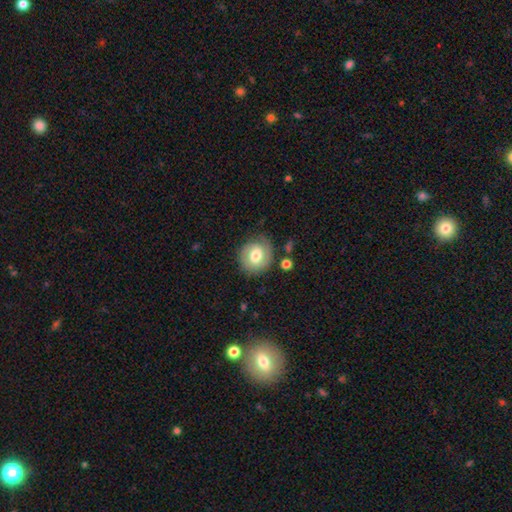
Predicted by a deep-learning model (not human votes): This appears to be a smooth galaxy with no disk features (60%) that is round (77%). Merging: none (75%).